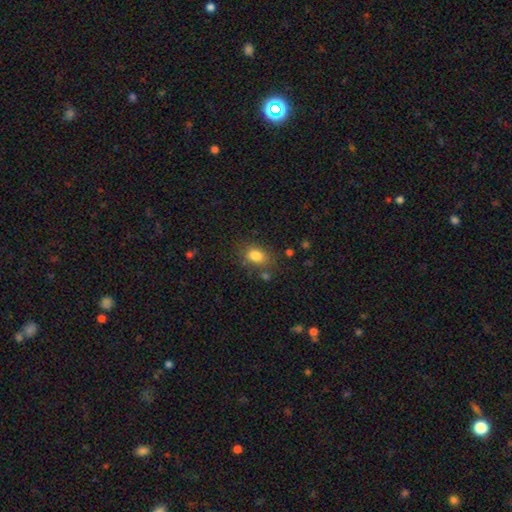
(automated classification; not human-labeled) smooth 84%, star or artifact 10%, featured or disk 7%. Down the decision tree: how rounded — in between (75%); merging — none (74%).